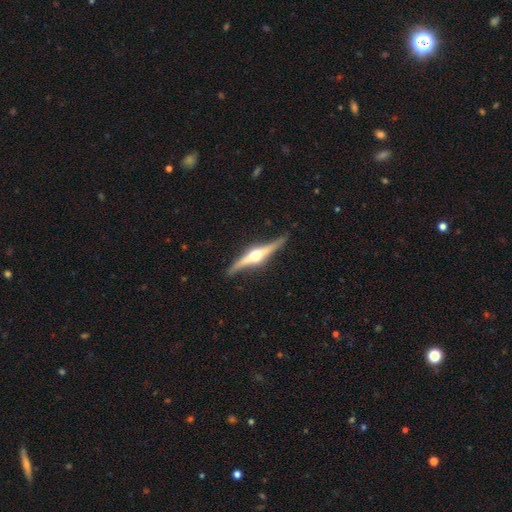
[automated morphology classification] A featured or disk galaxy (84%) viewed edge-on (96%) with a rounded central bulge (96%).

Vote fractions:
- Smooth or featured? featured or disk: 84% / smooth: 12% / star or artifact: 4%
- Edge-on disk? yes: 96% / no: 4%
- Edge-on bulge? rounded: 96% / boxy: 3% / none: 2%
- Merging? none: 85% / minor disturbance: 11% / major disturbance: 3% / merger: 1%